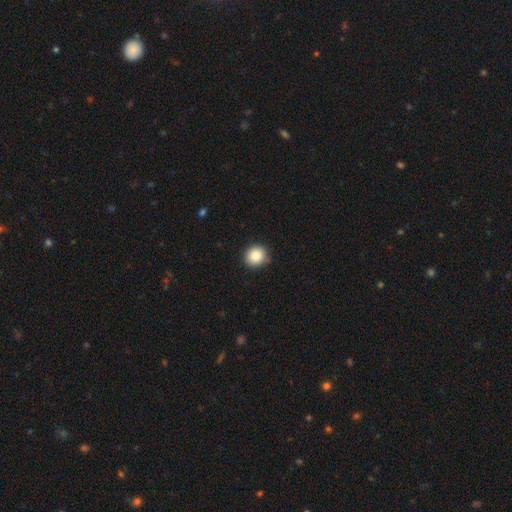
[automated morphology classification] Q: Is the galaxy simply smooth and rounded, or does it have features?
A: smooth — 87%.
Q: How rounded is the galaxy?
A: round — 87%.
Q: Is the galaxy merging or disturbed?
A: none — 85%.